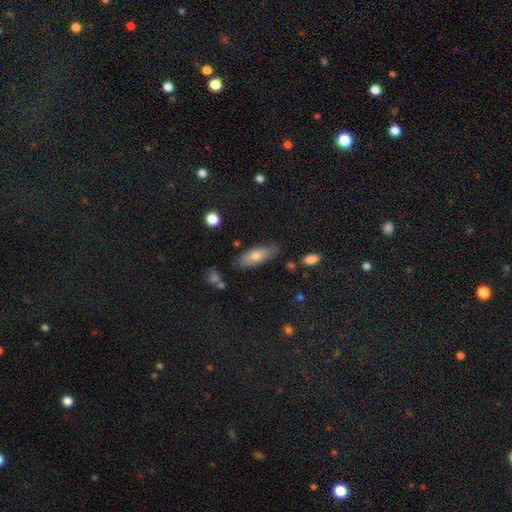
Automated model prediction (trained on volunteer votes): Morphology: type=smooth (70%); roundness=in between (70%); merging=none (74%).